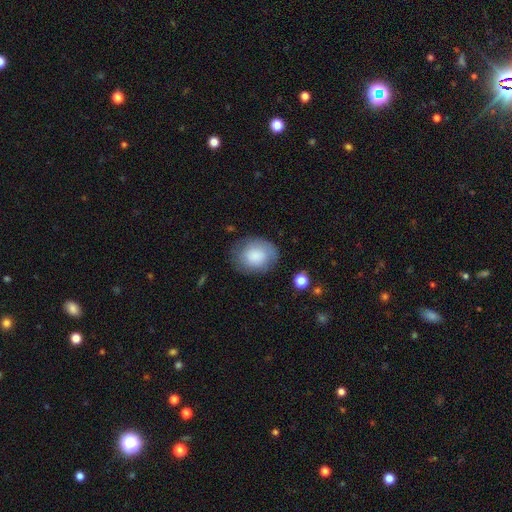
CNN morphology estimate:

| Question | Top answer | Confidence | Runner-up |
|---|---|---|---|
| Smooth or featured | smooth | 79% | featured or disk (14%) |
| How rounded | round | 52% | in between (47%) |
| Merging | none | 72% | minor disturbance (19%) |